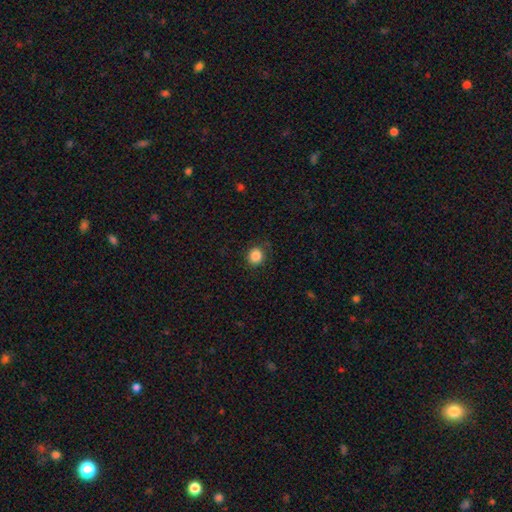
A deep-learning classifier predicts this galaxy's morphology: This appears to be a smooth galaxy with no disk features (86%) that is round (84%). Merging: none (85%).